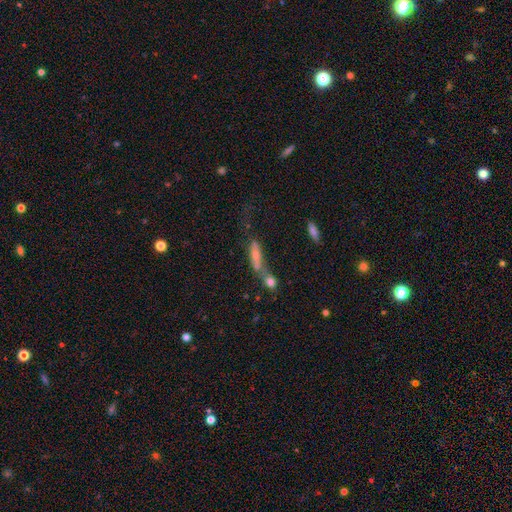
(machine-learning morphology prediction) A smooth galaxy with no disk features (62%) that is cigar-shaped (63%). Merging: merger (53%).